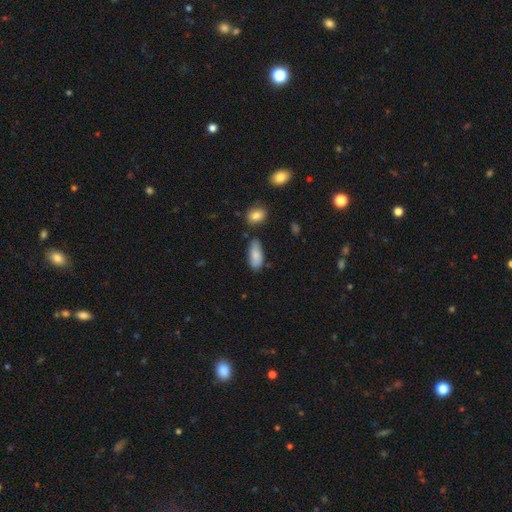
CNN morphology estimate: smooth_or_featured: smooth (p=0.82) [alt: featured or disk p=0.12]
how_rounded: in between (p=0.85) [alt: cigar-shaped p=0.13]
merging: none (p=0.66) [alt: minor disturbance p=0.23]